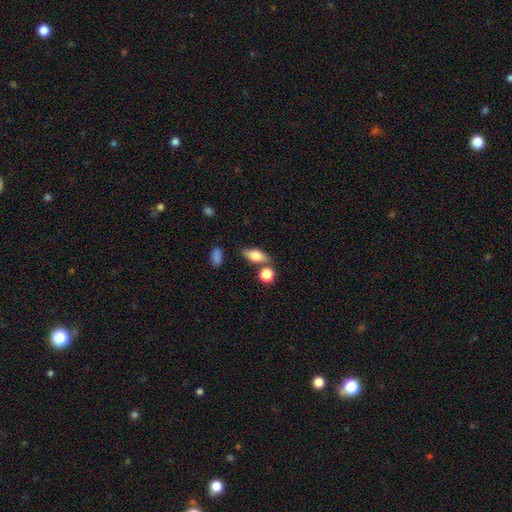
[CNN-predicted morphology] This is likely a smooth galaxy (70%). How rounded: likely in between (72%). Merging: likely none (72%).